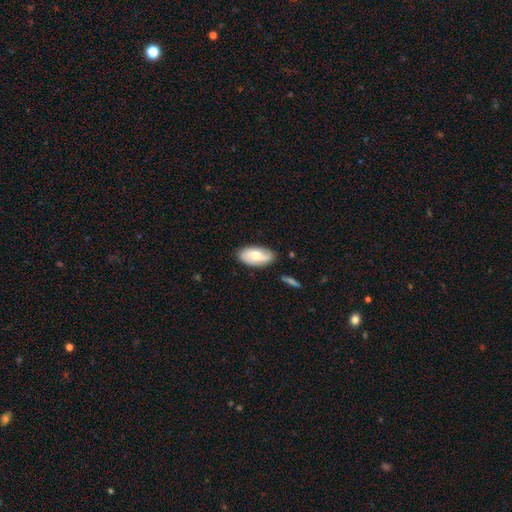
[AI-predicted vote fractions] This appears to be a smooth galaxy with no disk features (52%) that is in between round and cigar-shaped (93%). Merging: none (80%).